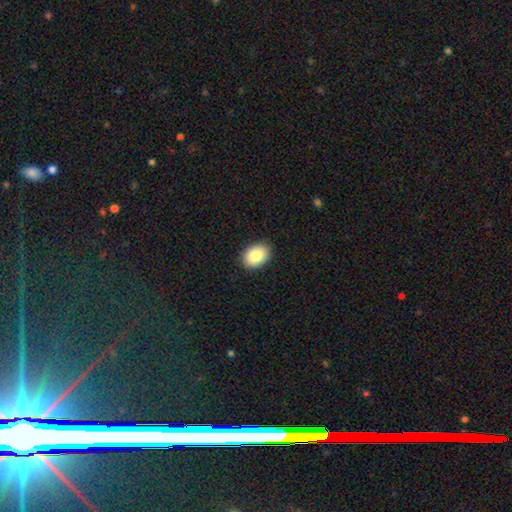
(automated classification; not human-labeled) smooth-or-featured: smooth: 86% | star or artifact: 7% | featured or disk: 7%
  how-rounded: in between: 82% | round: 17% | cigar-shaped: 1%
  merging: none: 89% | minor disturbance: 8% | major disturbance: 2% | merger: 1%